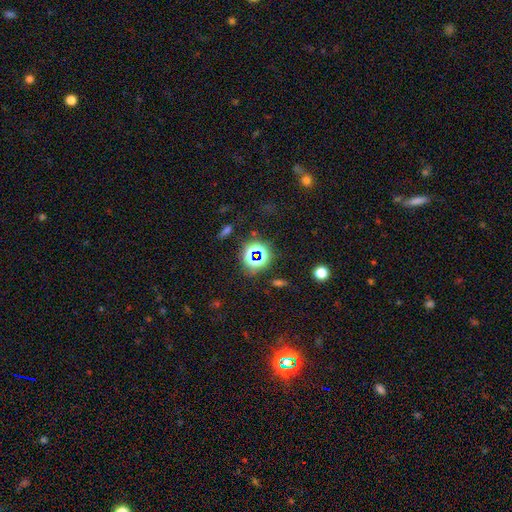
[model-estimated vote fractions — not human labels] Smooth or featured: star or artifact — 65% (smooth — 25%)